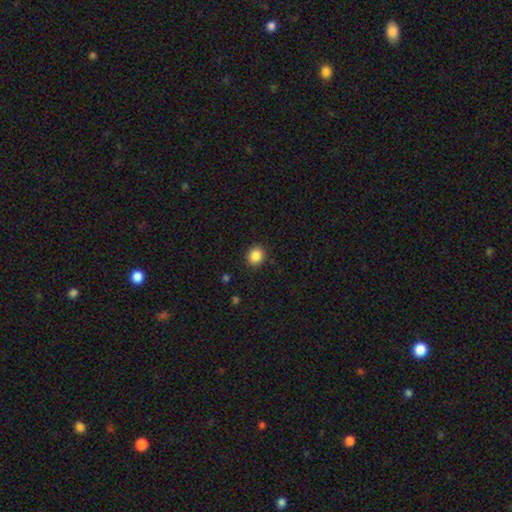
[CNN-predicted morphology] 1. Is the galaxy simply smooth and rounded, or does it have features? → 86% smooth, 10% star or artifact, 4% featured or disk.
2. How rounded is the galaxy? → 78% round, 21% in between, 1% cigar-shaped.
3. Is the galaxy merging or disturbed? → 90% none, 7% minor disturbance, 2% major disturbance, 1% merger.